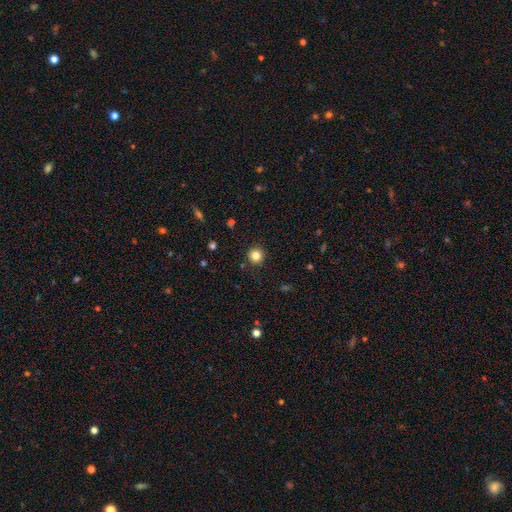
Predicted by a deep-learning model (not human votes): This appears to be a smooth galaxy with no disk features (83%) that is round (95%). Merging: none (92%).